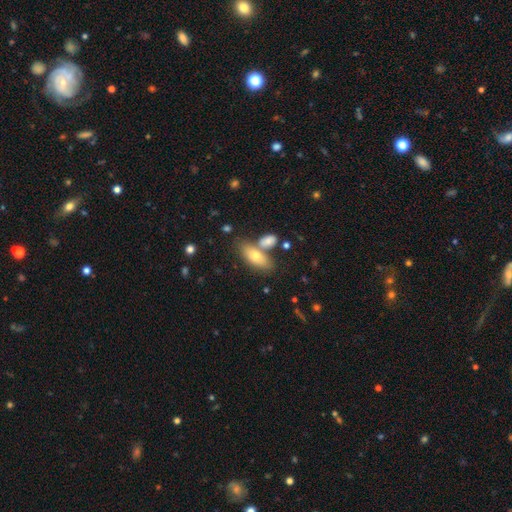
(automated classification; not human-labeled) Q: Smooth or featured?
A: smooth (72%); runner-up: featured or disk (21%)
Q: How rounded?
A: in between (78%); runner-up: cigar-shaped (18%)
Q: Merging?
A: none (54%); runner-up: merger (31%)